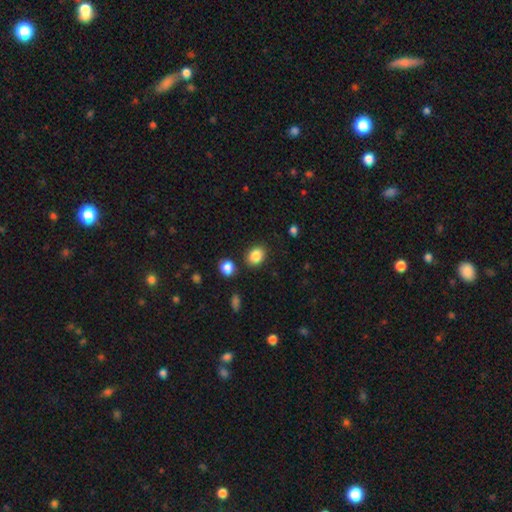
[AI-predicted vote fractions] smooth_or_featured: smooth (p=0.86) [alt: star or artifact p=0.09]
how_rounded: in between (p=0.53) [alt: round p=0.46]
merging: none (p=0.82) [alt: minor disturbance p=0.10]